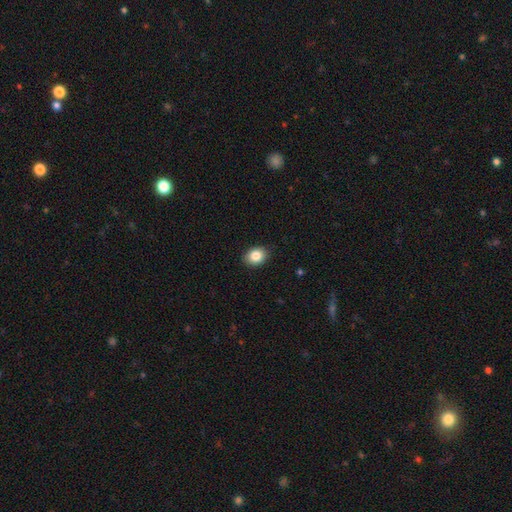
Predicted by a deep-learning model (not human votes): smooth 86%, star or artifact 8%, featured or disk 6%. Down the decision tree: how rounded — in between (64%); merging — none (89%).